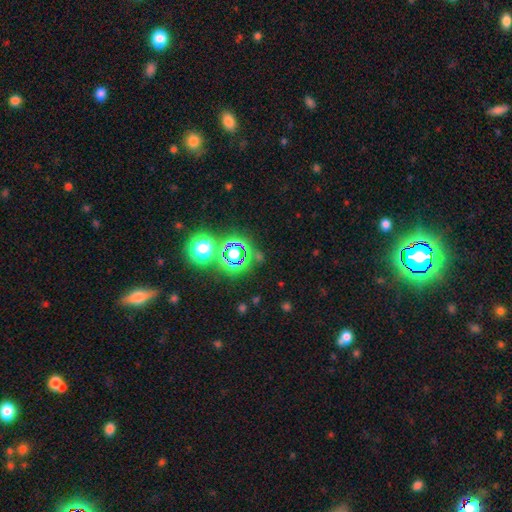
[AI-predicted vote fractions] This is likely a star or artifact rather than a galaxy (73%).